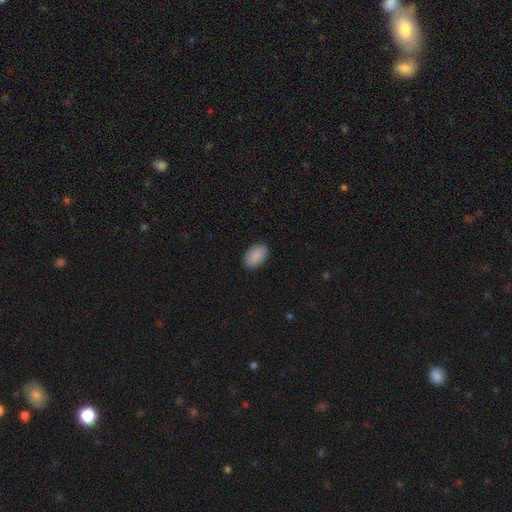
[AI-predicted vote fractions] Smooth or featured? Predicted: smooth (p=0.90). How rounded? Predicted: in between (p=0.92). Merging? Predicted: none (p=0.87).